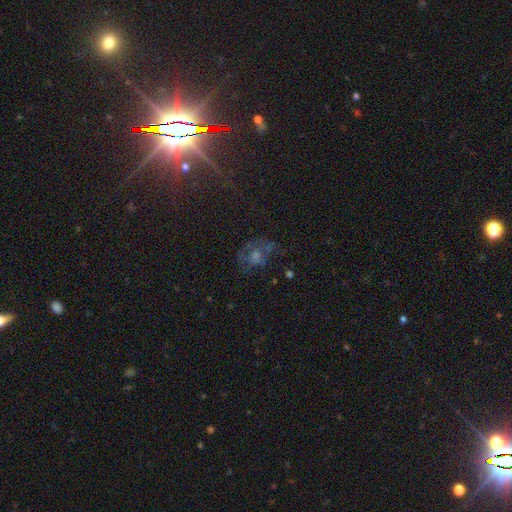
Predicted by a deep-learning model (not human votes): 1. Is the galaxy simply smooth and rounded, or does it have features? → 41% featured or disk, 36% star or artifact, 23% smooth.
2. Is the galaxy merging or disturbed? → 59% none, 18% minor disturbance, 18% major disturbance, 5% merger.